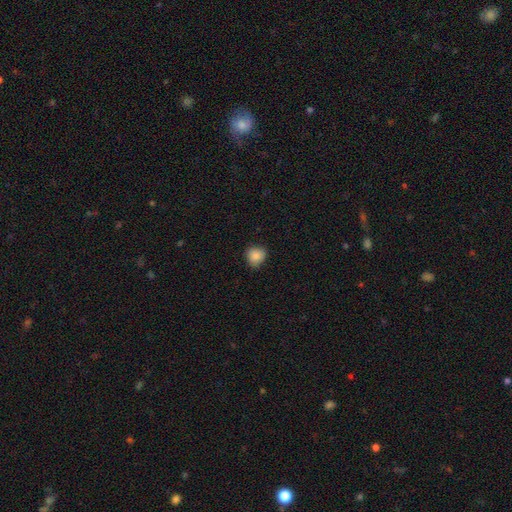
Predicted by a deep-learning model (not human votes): The model was most divided on "merging": none: 80%, minor disturbance: 16%, major disturbance: 2%, merger: 1%. More confident: smooth or featured — smooth (86%); how rounded — round (85%).